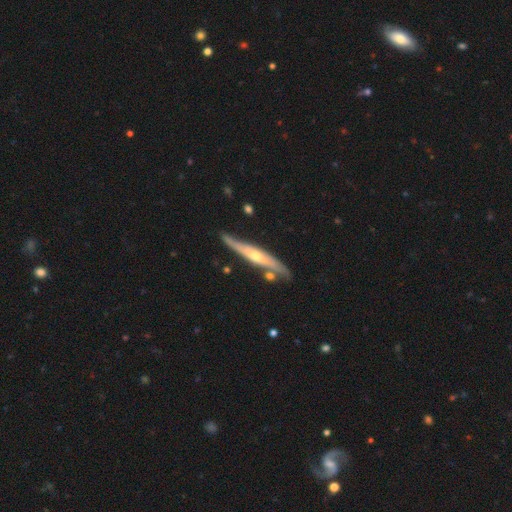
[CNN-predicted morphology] type=featured or disk (70%); edge-on=yes (88%); edge-on bulge=rounded (81%); merging=none (75%).